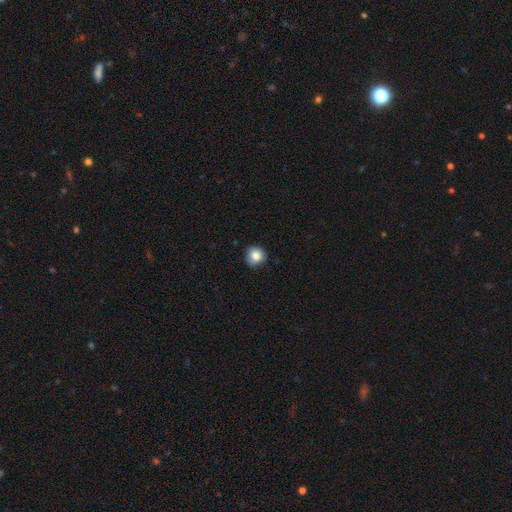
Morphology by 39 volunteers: smooth 87%, featured or disk 10%, star or artifact 3%. Down the decision tree: how rounded — round (85%); merging — none (71%).